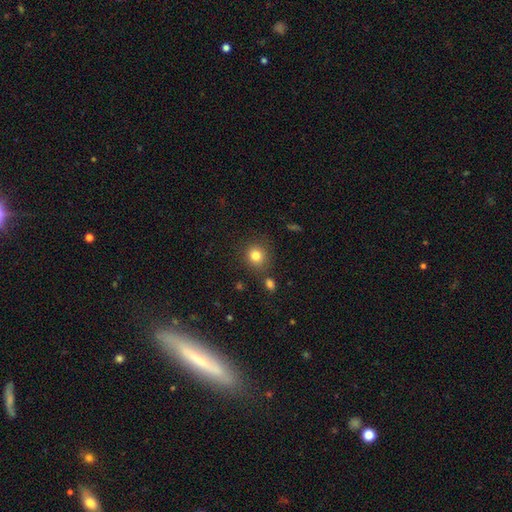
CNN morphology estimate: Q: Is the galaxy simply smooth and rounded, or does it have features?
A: smooth — 82%.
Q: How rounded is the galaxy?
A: round — 84%.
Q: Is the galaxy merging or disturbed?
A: none — 80%.